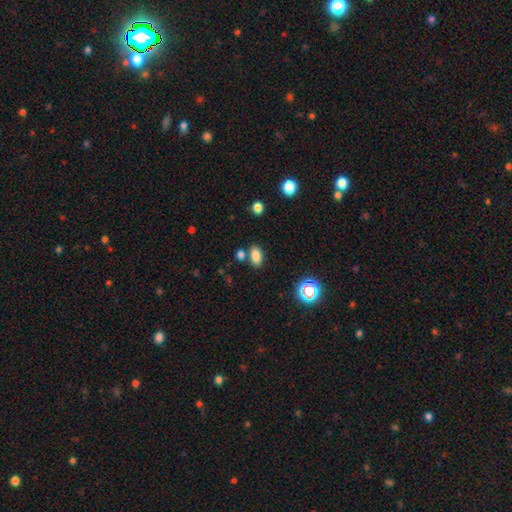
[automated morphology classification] Smooth or featured? smooth (82%)
How rounded? in between (87%)
Merging? none (73%)